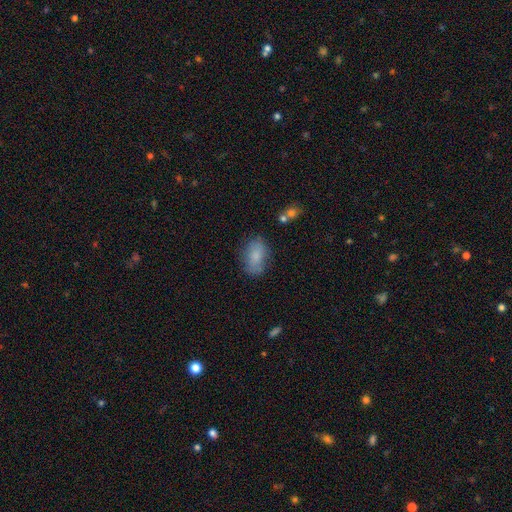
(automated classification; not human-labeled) Smooth or featured? smooth (78%)
How rounded? in between (88%)
Merging? none (69%)